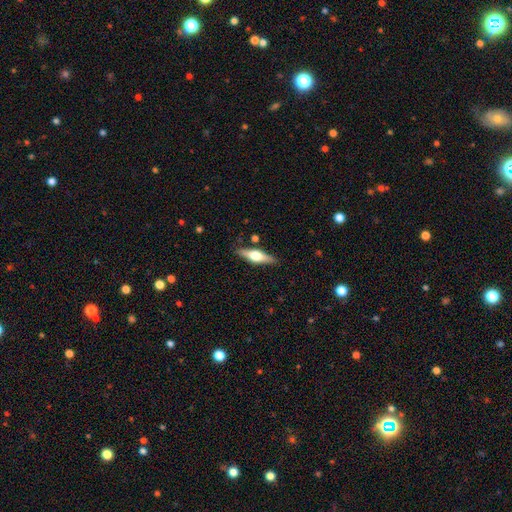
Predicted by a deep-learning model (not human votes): Morphology: type=featured or disk (57%); edge-on=yes (94%); edge-on bulge=rounded (94%); merging=none (85%).